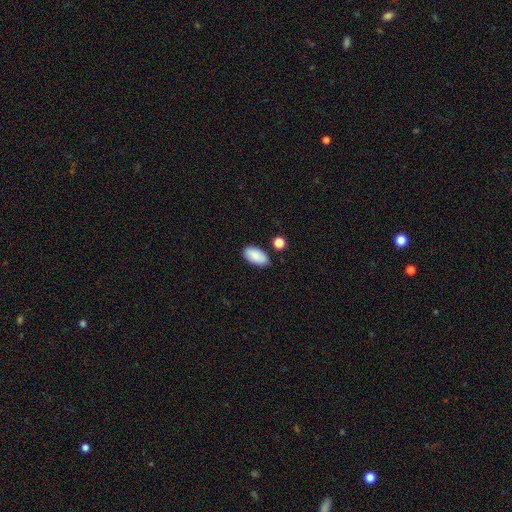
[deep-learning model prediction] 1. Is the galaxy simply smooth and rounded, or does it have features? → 86% smooth, 7% featured or disk, 7% star or artifact.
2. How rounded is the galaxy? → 95% in between, 3% round, 2% cigar-shaped.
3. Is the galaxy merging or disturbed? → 80% none, 13% minor disturbance, 4% merger, 3% major disturbance.